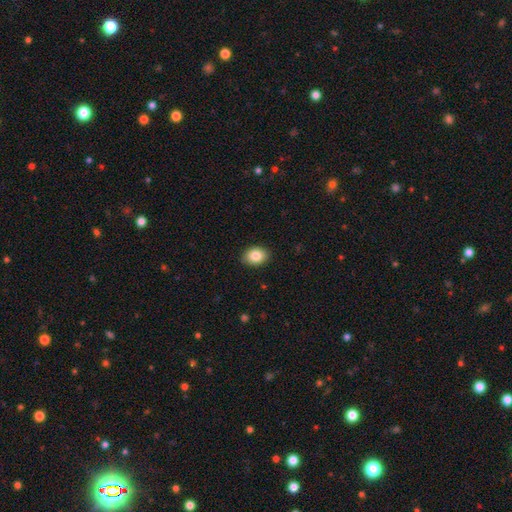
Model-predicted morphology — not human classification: smooth_or_featured: smooth (p=0.85) [alt: star or artifact p=0.08]
how_rounded: in between (p=0.66) [alt: round p=0.34]
merging: none (p=0.88) [alt: minor disturbance p=0.09]